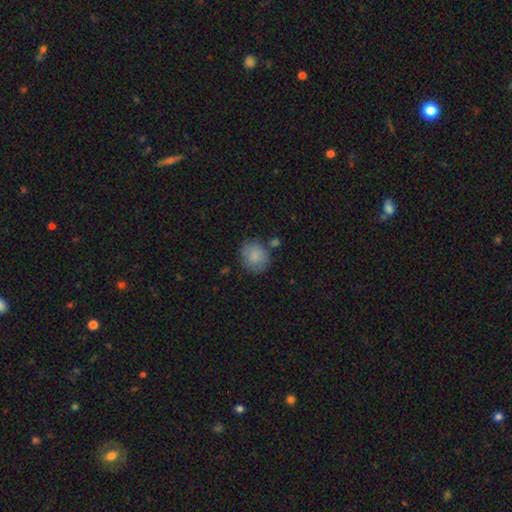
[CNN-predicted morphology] smooth_or_featured: smooth (p=0.83) [alt: featured or disk p=0.10]
how_rounded: round (p=0.71) [alt: in between p=0.28]
merging: none (p=0.69) [alt: minor disturbance p=0.19]